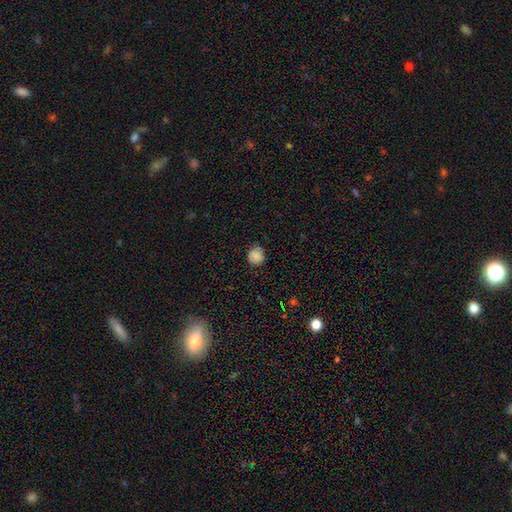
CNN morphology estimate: This is clearly a smooth galaxy (84%). How rounded: clearly round (87%). Merging: clearly none (83%).